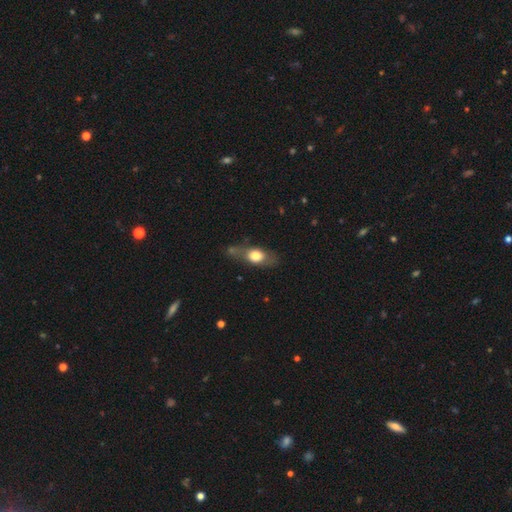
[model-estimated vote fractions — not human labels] A smooth galaxy with no disk features (63%) that is in between round and cigar-shaped (67%).

Vote fractions:
- Smooth or featured? smooth: 63% / featured or disk: 30% / star or artifact: 7%
- How rounded? in between: 67% / round: 17% / cigar-shaped: 16%
- Merging? none: 57% / minor disturbance: 24% / major disturbance: 12% / merger: 7%